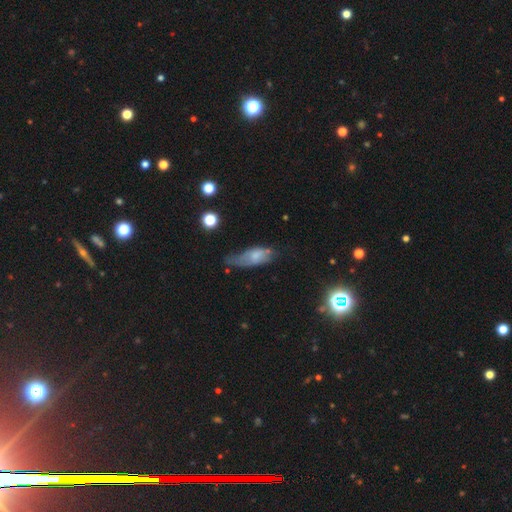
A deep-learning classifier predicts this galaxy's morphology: smooth_or_featured: smooth (p=0.61) [alt: featured or disk p=0.30]
how_rounded: in between (p=0.73) [alt: cigar-shaped p=0.24]
merging: minor disturbance (p=0.38) [alt: none p=0.33]